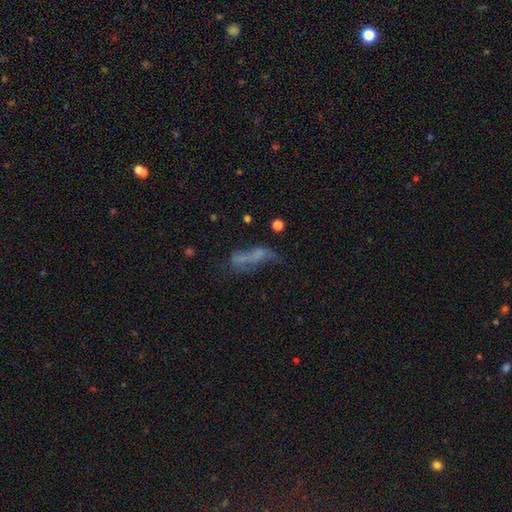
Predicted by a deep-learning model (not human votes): Smooth or featured? smooth (43%)
Merging? major disturbance (33%)